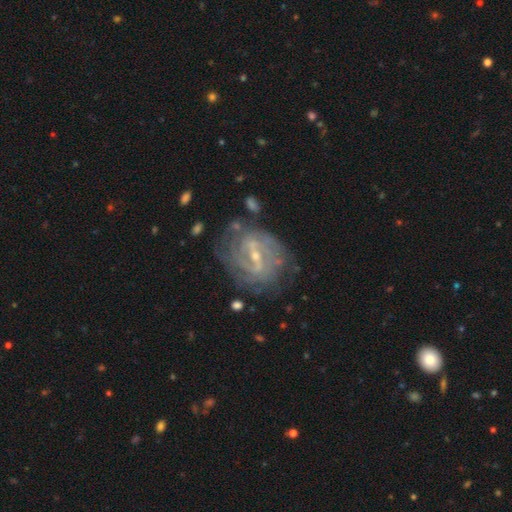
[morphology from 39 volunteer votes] Q: Smooth or featured?
A: featured or disk (87%); runner-up: smooth (10%)
Q: Edge-on disk?
A: no (97%); runner-up: yes (3%)
Q: Bar?
A: strong (61%); runner-up: weak (36%)
Q: Spiral arms?
A: yes (100%)
Q: Spiral winding?
A: tight (61%); runner-up: medium (33%)
Q: Spiral arm count?
A: 2 (36%); runner-up: can't tell (24%)
Q: Bulge size?
A: small (61%); runner-up: moderate (39%)
Q: Merging?
A: none (79%); runner-up: minor disturbance (13%)